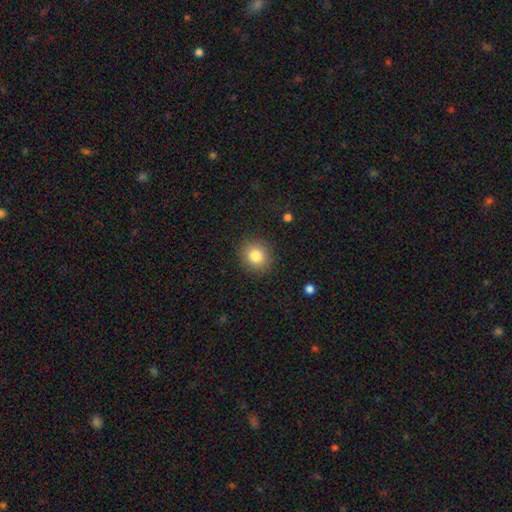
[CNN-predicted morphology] smooth_or_featured: smooth (p=0.82) [alt: star or artifact p=0.10]
how_rounded: round (p=0.84) [alt: in between p=0.15]
merging: none (p=0.89) [alt: minor disturbance p=0.07]